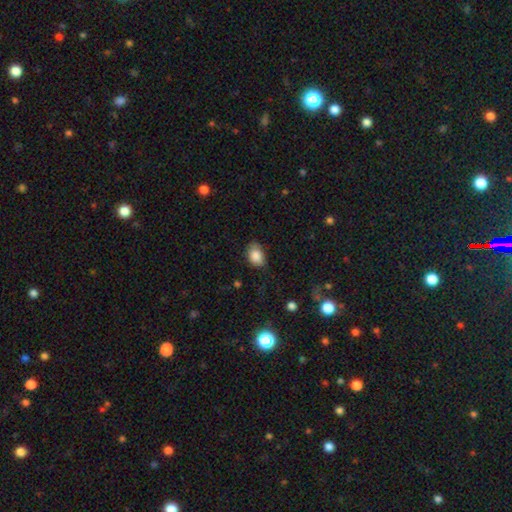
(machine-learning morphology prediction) Overall: smooth (85%). How rounded: in between (78%). Merging: none (64%; minor disturbance 29%).